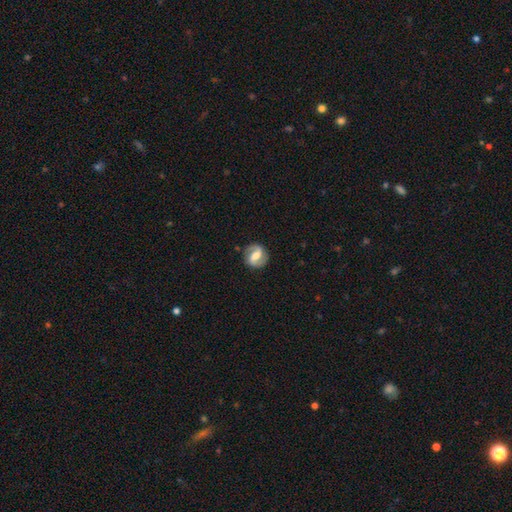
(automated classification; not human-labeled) featured or disk 80%, smooth 15%, star or artifact 5%. Down the decision tree: edge-on disk — no (97%); bar — weak (42%, tied with strong); spiral arms — yes (93%); spiral arm count — 2 (92%); spiral winding — medium (49%); bulge size — moderate (58%); merging — none (85%).